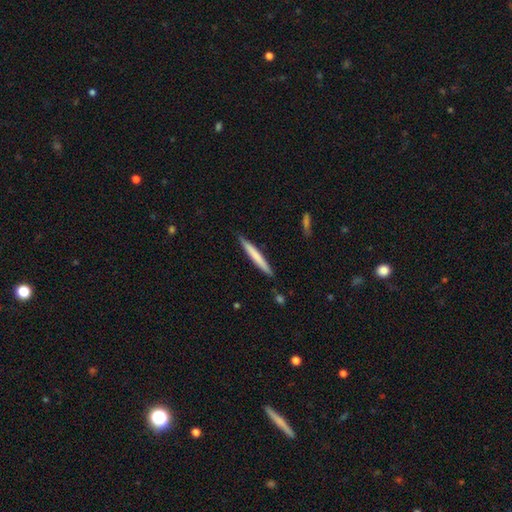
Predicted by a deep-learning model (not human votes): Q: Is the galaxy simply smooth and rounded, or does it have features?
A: smooth — 66%.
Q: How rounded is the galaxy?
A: cigar-shaped — 96%.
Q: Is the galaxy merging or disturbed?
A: none — 88%.